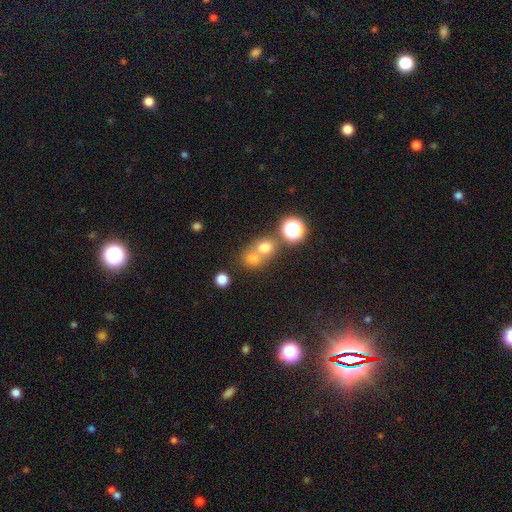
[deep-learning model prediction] smooth 65%, star or artifact 21%, featured or disk 14%. Down the decision tree: how rounded — round (75%); merging — merger (54%).